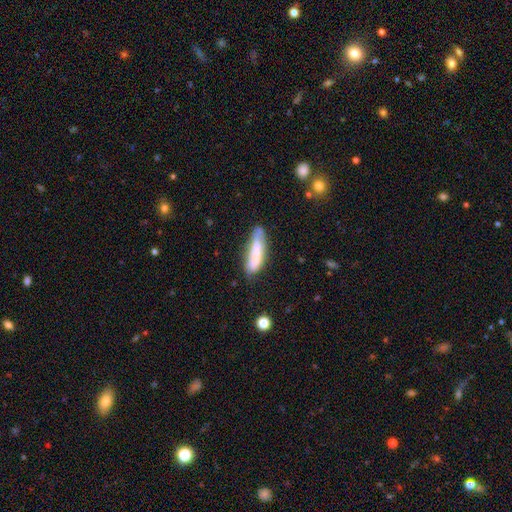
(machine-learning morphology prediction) Smooth or featured? Predicted: smooth (p=0.63). How rounded? Predicted: cigar-shaped (p=0.71). Merging? Predicted: none (p=0.57).